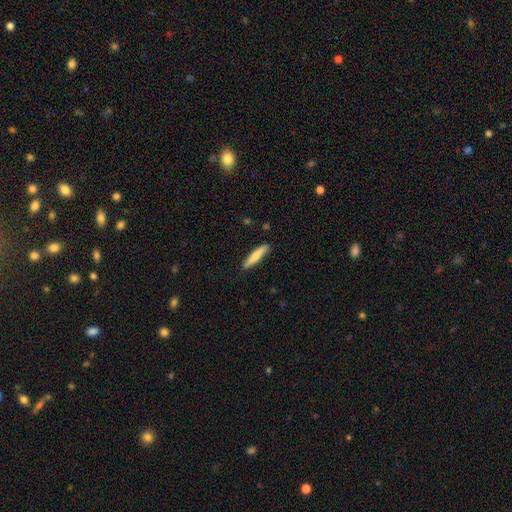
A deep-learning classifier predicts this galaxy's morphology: smooth-or-featured: smooth: 73% | featured or disk: 22% | star or artifact: 5%
  how-rounded: cigar-shaped: 88% | in between: 10% | round: 1%
  merging: none: 88% | minor disturbance: 9% | major disturbance: 2% | merger: 1%